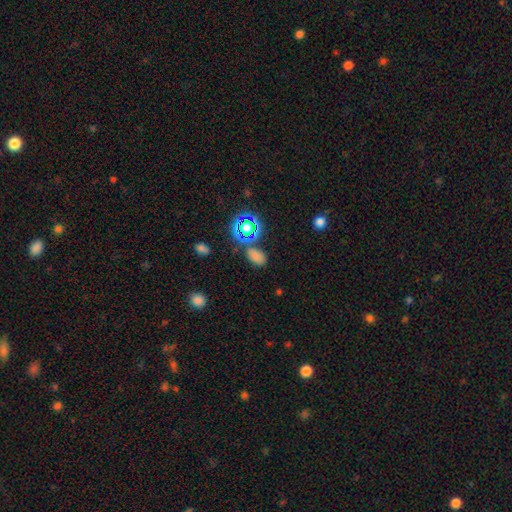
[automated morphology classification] A smooth galaxy with no disk features (66%) that is in between round and cigar-shaped (85%). Merging: none (70%).